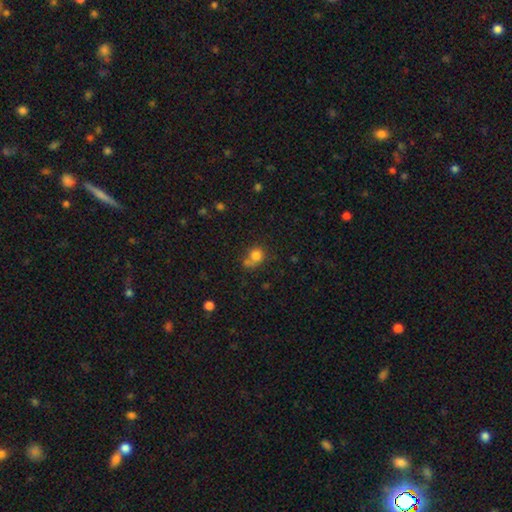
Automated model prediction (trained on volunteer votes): Smooth or featured? Predicted: smooth (p=0.78). How rounded? Predicted: round (p=0.78). Merging? Predicted: none (p=0.45).